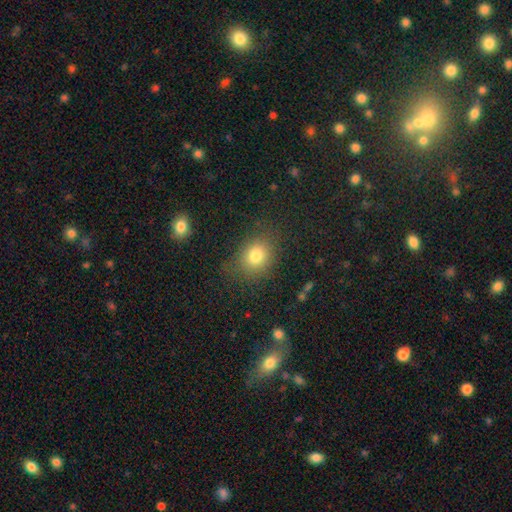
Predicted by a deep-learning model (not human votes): smooth 79%, star or artifact 12%, featured or disk 8%. Down the decision tree: how rounded — round (54%); merging — none (77%).